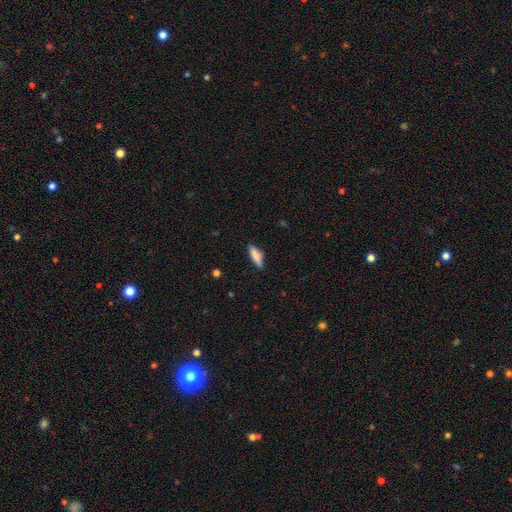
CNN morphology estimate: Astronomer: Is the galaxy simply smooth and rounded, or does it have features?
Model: smooth — 81%.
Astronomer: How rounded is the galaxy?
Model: cigar-shaped — 53% (runner-up: in between, 45%).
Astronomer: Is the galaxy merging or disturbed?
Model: none — 80%.